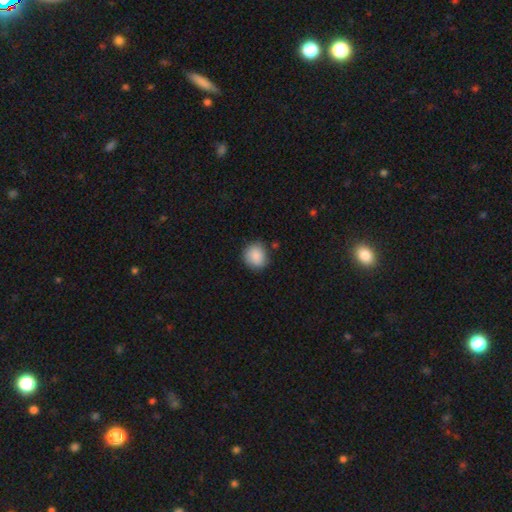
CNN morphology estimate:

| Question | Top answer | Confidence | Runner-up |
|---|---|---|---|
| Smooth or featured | smooth | 85% | star or artifact (7%) |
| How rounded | round | 84% | in between (15%) |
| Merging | none | 81% | minor disturbance (14%) |